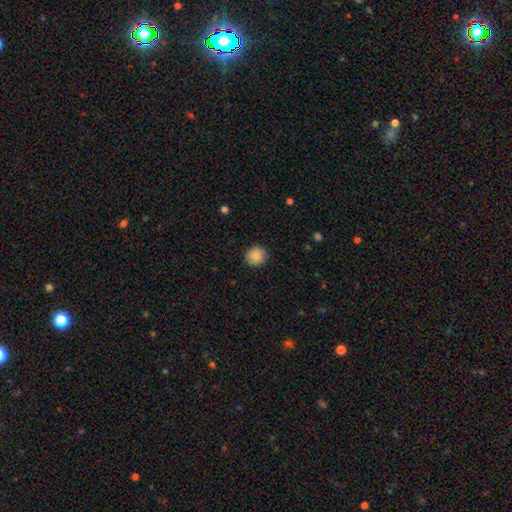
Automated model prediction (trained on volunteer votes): A smooth galaxy with no disk features (87%) that is round (91%).

Vote fractions:
- Smooth or featured? smooth: 87% / star or artifact: 8% / featured or disk: 5%
- How rounded? round: 91% / in between: 8% / cigar-shaped: 1%
- Merging? none: 91% / minor disturbance: 6% / major disturbance: 2% / merger: 1%